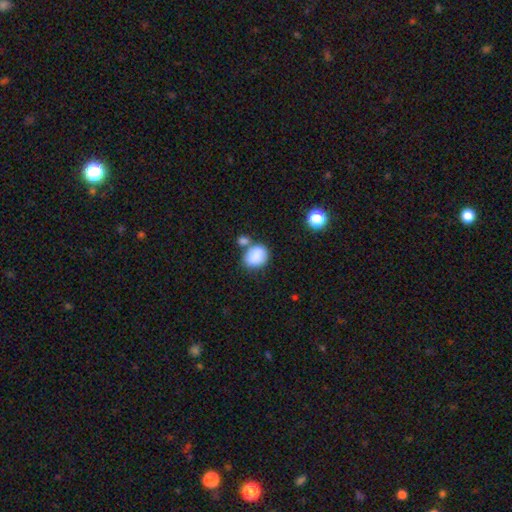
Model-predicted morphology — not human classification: Smooth or featured?
  - smooth: 83% *
  - star or artifact: 8%
  - featured or disk: 8%
How rounded?
  - round: 51% *
  - in between: 48%
  - cigar-shaped: 1%
Merging?
  - none: 49% *
  - merger: 28%
  - minor disturbance: 17%
  - major disturbance: 6%